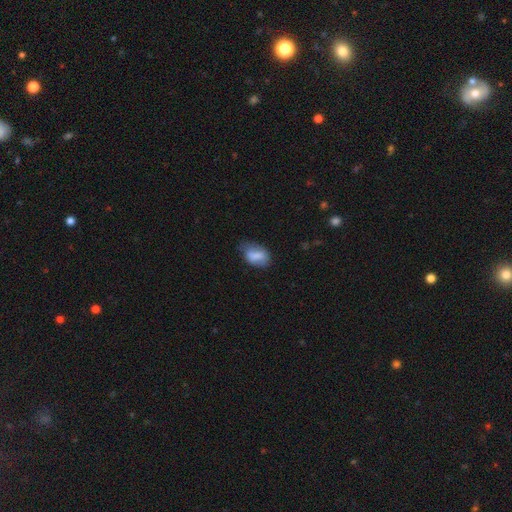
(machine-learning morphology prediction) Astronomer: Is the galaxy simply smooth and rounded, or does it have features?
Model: smooth — 73%.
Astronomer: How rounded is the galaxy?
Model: in between — 88%.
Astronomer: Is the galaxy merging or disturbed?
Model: none — 53% (runner-up: minor disturbance, 34%).